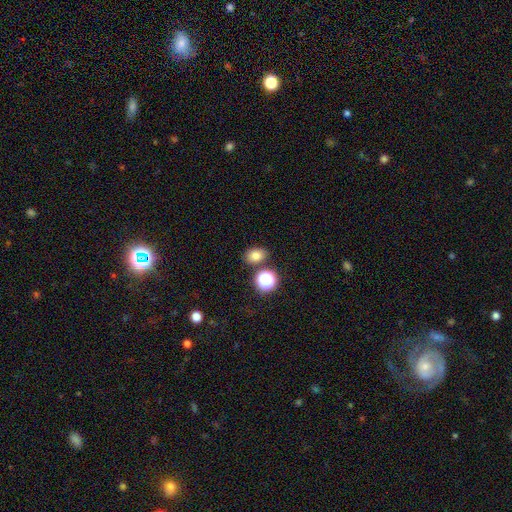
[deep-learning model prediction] Smooth or featured: smooth — 78% (star or artifact — 15%)
How rounded: in between — 66% (round — 33%)
Merging: none — 80% (minor disturbance — 9%)